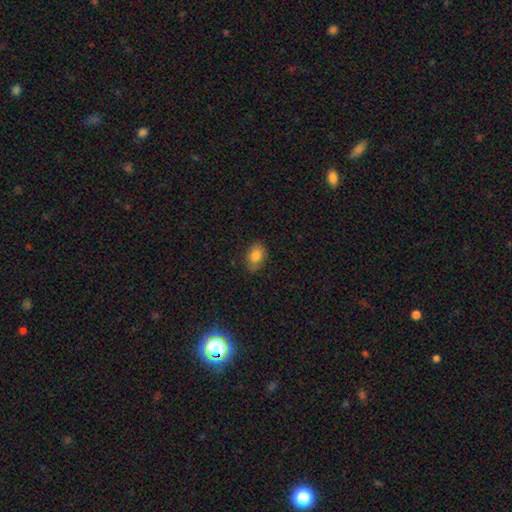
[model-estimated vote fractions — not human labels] Smooth or featured? smooth (83%)
How rounded? in between (85%)
Merging? none (83%)